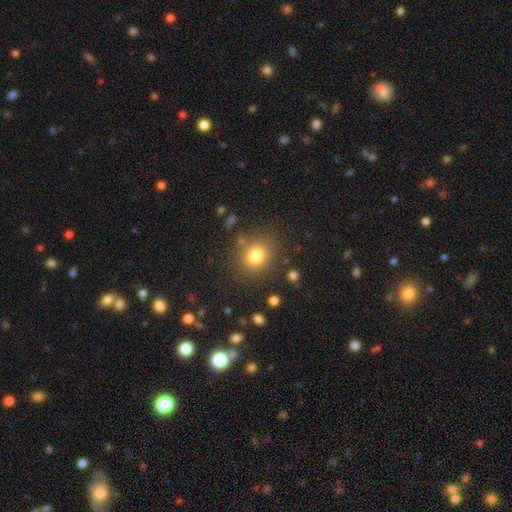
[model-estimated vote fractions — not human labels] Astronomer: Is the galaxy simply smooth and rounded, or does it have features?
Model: smooth — 78%.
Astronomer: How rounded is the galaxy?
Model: round — 69%.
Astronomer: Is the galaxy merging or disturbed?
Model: none — 80%.